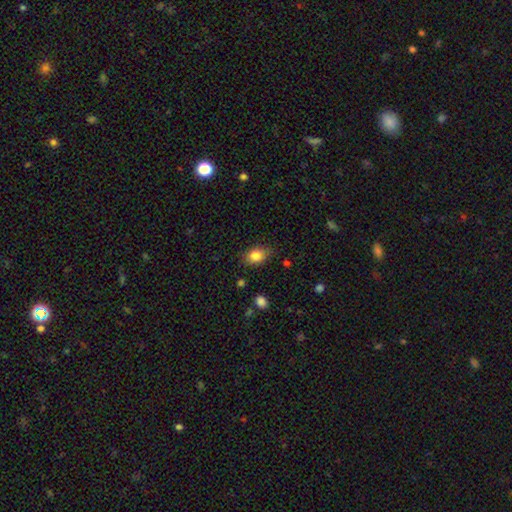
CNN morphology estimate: The model was most divided on "how rounded": in between: 78%, round: 21%, cigar-shaped: 1%. More confident: smooth or featured — smooth (84%); merging — none (81%).